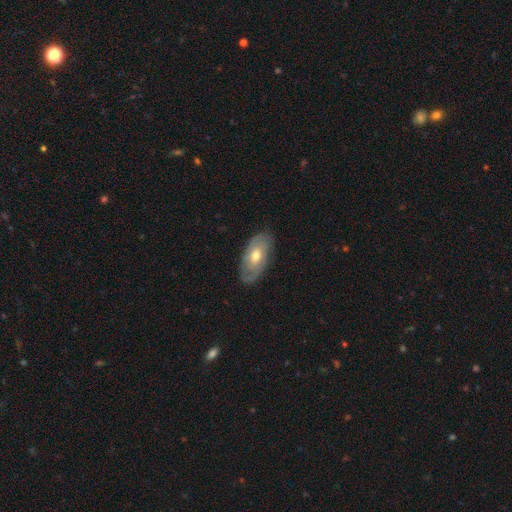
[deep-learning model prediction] A featured or disk galaxy (65%) with no bar (72%), spiral arms (72%) and a moderate central bulge (74%). Merging: none (82%).